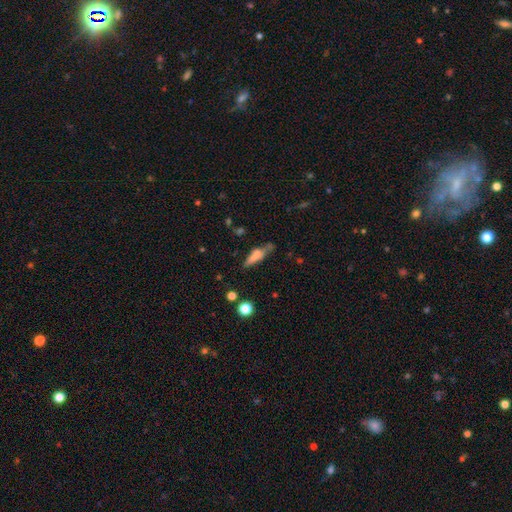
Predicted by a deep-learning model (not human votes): A smooth galaxy with no disk features (69%) that is cigar-shaped (54%).

Vote fractions:
- Smooth or featured? smooth: 69% / featured or disk: 20% / star or artifact: 10%
- How rounded? cigar-shaped: 54% / in between: 43% / round: 3%
- Merging? none: 44% / minor disturbance: 30% / major disturbance: 14% / merger: 12%